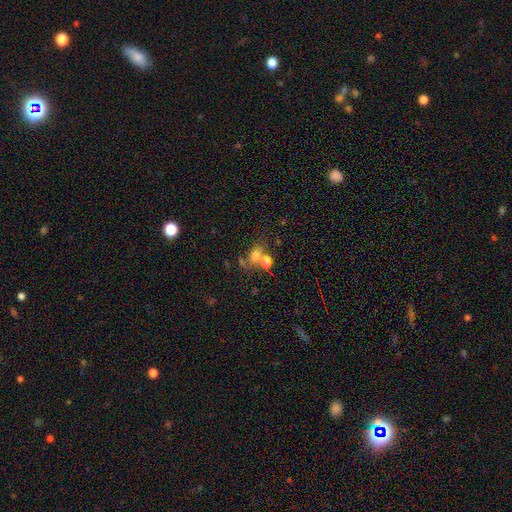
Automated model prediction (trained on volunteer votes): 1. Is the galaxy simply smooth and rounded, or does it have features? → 65% smooth, 22% star or artifact, 14% featured or disk.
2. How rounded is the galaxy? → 58% in between, 39% round, 3% cigar-shaped.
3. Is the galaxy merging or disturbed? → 43% none, 34% merger, 13% minor disturbance, 10% major disturbance.